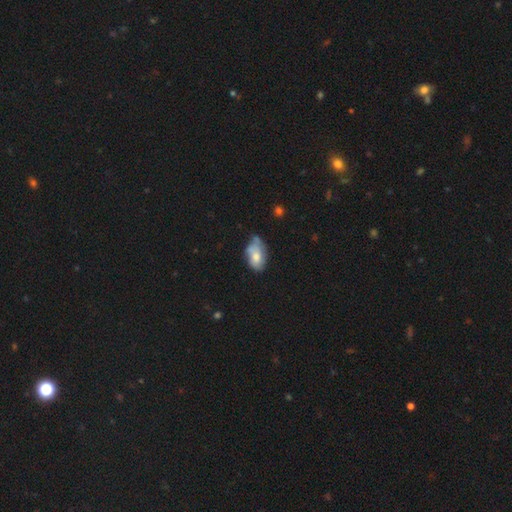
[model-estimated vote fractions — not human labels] A smooth galaxy with no disk features (60%) that is in between round and cigar-shaped (90%). Merging: none (41%).